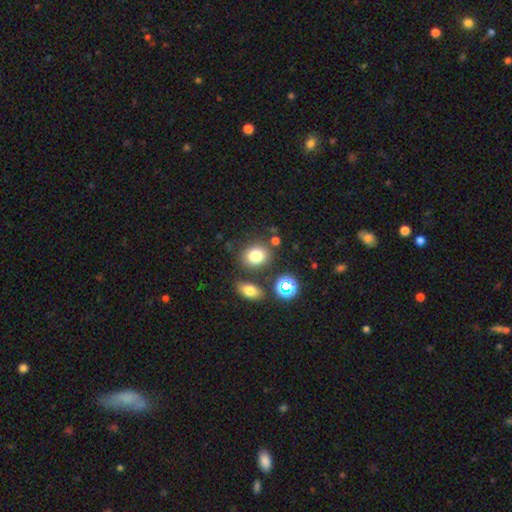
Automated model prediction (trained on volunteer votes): smooth-or-featured: smooth: 79% | star or artifact: 13% | featured or disk: 8%
  how-rounded: round: 52% | in between: 46% | cigar-shaped: 1%
  merging: none: 73% | minor disturbance: 12% | merger: 10% | major disturbance: 4%